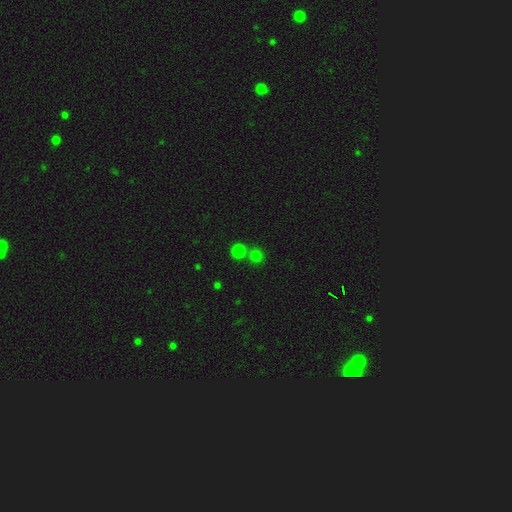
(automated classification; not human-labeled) The model was most divided on "merging": none: 68%, merger: 23%, minor disturbance: 6%, major disturbance: 3%. More confident: how rounded — round (88%); smooth or featured — smooth (73%).